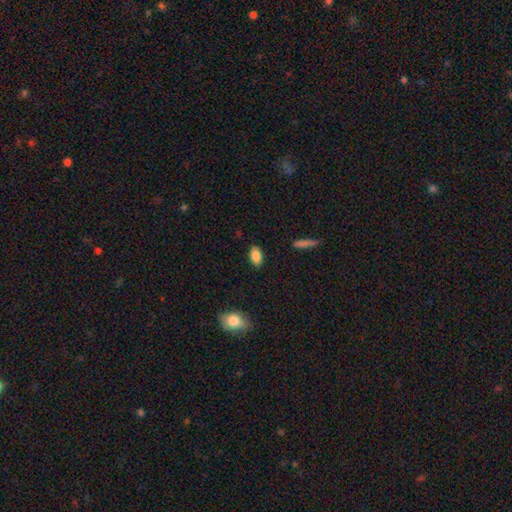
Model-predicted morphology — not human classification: type=smooth (87%); roundness=in between (91%); merging=none (87%).